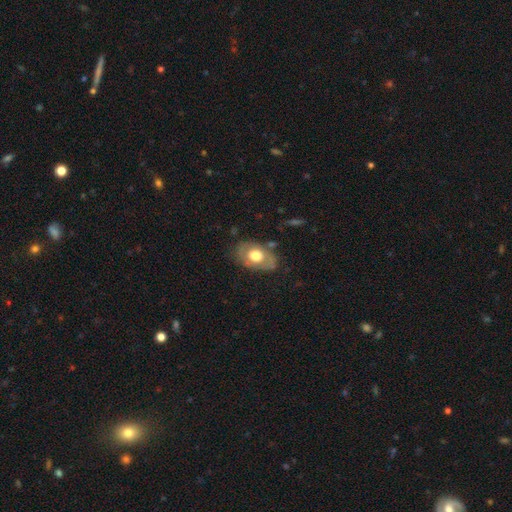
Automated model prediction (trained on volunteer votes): Smooth or featured?
  - smooth: 55% *
  - featured or disk: 38%
  - star or artifact: 6%
How rounded?
  - in between: 83% *
  - round: 15%
  - cigar-shaped: 1%
Merging?
  - none: 71% *
  - minor disturbance: 20%
  - major disturbance: 7%
  - merger: 3%